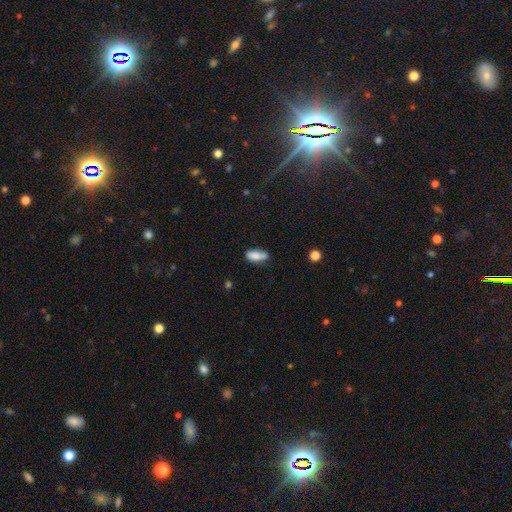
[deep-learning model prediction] The model was most divided on "merging": none: 53%, minor disturbance: 27%, merger: 13%, major disturbance: 7%. More confident: how rounded — in between (82%); smooth or featured — smooth (80%).